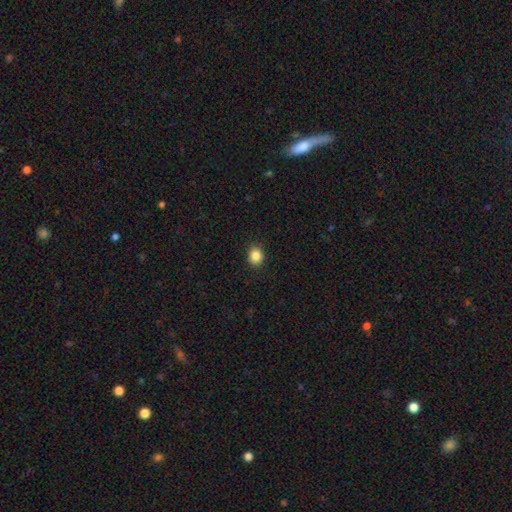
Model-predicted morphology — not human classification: type=smooth (86%); roundness=round (68%); merging=none (89%).